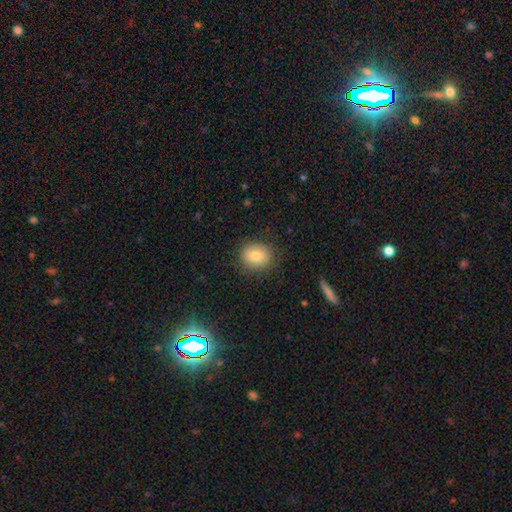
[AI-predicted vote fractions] Smooth or featured? Predicted: smooth (p=0.80). How rounded? Predicted: round (p=0.68). Merging? Predicted: none (p=0.86).